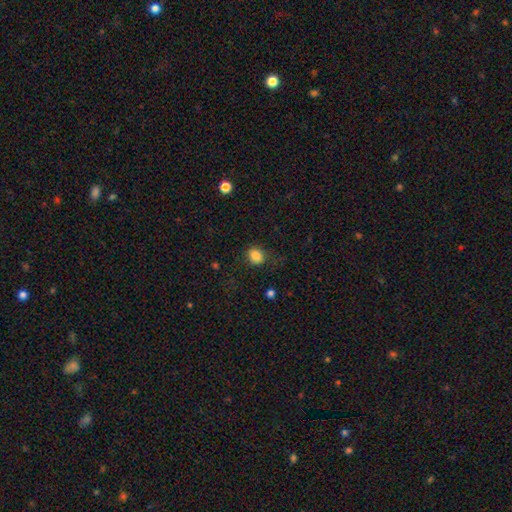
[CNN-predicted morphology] type=smooth (84%); roundness=round (58%); merging=none (75%).